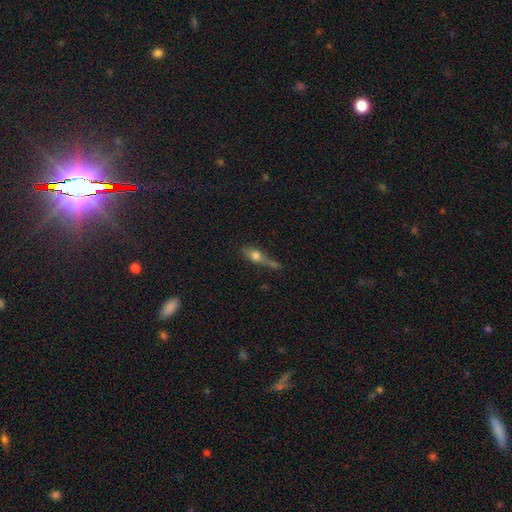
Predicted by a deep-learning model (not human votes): smooth-or-featured: smooth: 57% | featured or disk: 32% | star or artifact: 11%
  how-rounded: in between: 53% | cigar-shaped: 35% | round: 12%
  merging: none: 41% | merger: 25% | minor disturbance: 21% | major disturbance: 13%